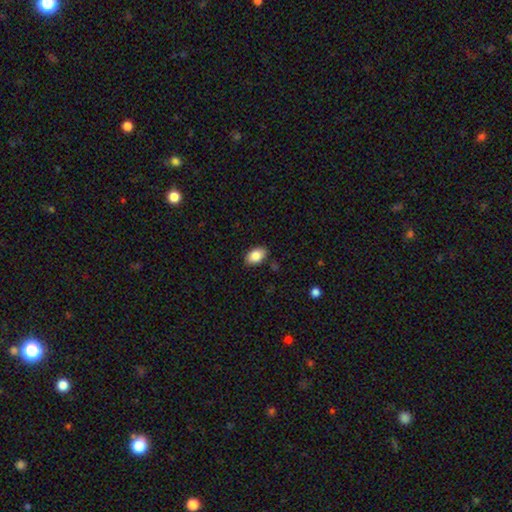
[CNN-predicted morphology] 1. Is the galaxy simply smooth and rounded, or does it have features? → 86% smooth, 7% star or artifact, 7% featured or disk.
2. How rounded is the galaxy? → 89% in between, 10% round, 1% cigar-shaped.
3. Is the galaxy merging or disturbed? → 86% none, 11% minor disturbance, 2% major disturbance, 1% merger.